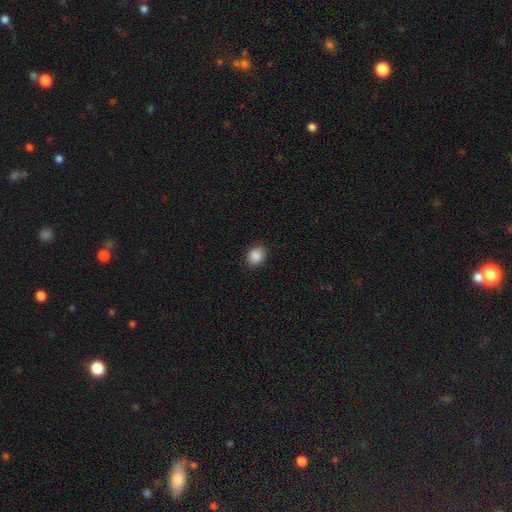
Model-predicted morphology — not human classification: Smooth or featured: smooth — 88% (star or artifact — 9%)
How rounded: round — 56% (in between — 43%)
Merging: none — 87% (minor disturbance — 10%)